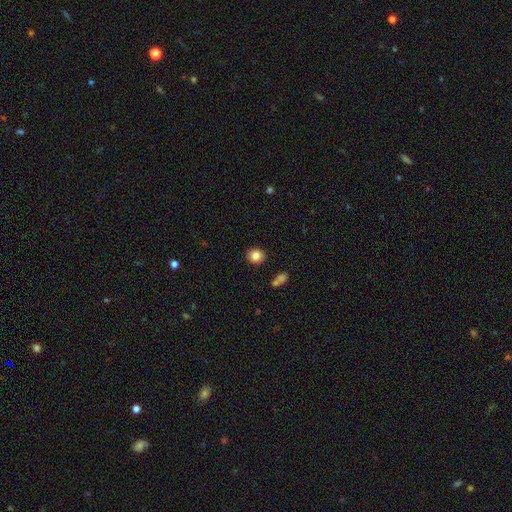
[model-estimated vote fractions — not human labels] A smooth galaxy with no disk features (84%) that is round (81%).

Vote fractions:
- Smooth or featured? smooth: 84% / star or artifact: 10% / featured or disk: 6%
- How rounded? round: 81% / in between: 18% / cigar-shaped: 1%
- Merging? none: 89% / minor disturbance: 7% / merger: 3% / major disturbance: 2%